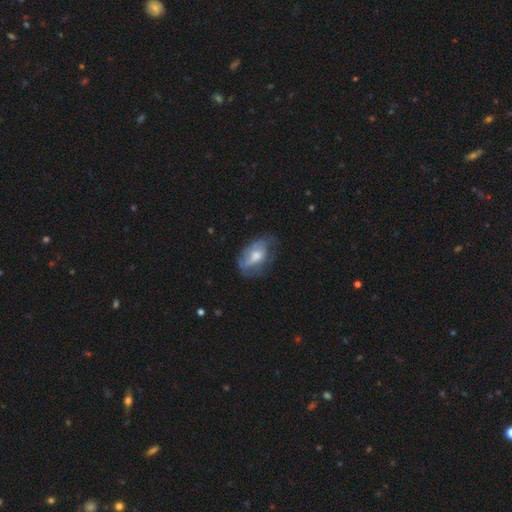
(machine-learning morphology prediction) The model was most divided on "smooth or featured": featured or disk: 47%, smooth: 44%, star or artifact: 9%. More confident: merging — none (52%).